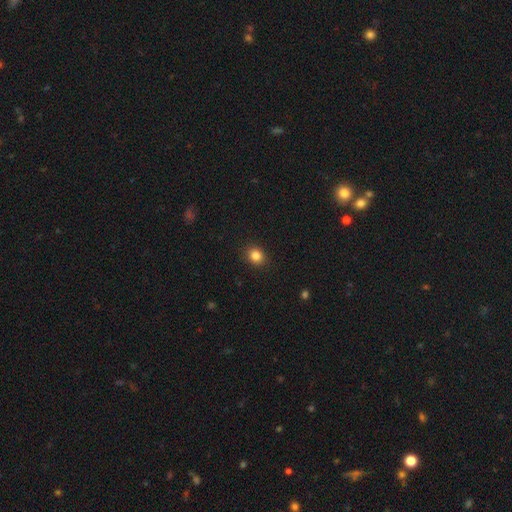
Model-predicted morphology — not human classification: Smooth or featured: smooth — 84% (star or artifact — 11%)
How rounded: round — 69% (in between — 30%)
Merging: none — 90% (minor disturbance — 7%)